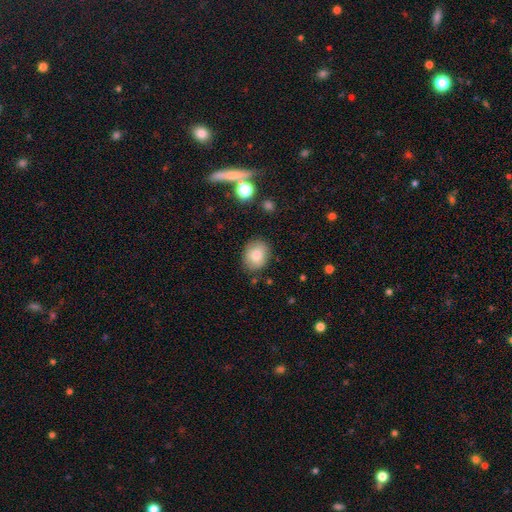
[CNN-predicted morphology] smooth 82%, featured or disk 10%, star or artifact 9%. Down the decision tree: how rounded — in between (55%); merging — none (82%).